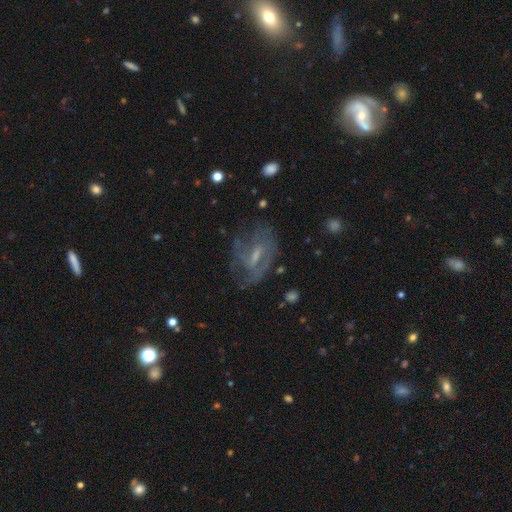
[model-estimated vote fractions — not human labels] Smooth or featured? Predicted: featured or disk (p=0.70). Edge-on disk? Predicted: no (p=0.93). Bar? Predicted: weak (p=0.50). Spiral arms? Predicted: yes (p=0.72). Bulge size? Predicted: small (p=0.41). Merging? Predicted: none (p=0.55).